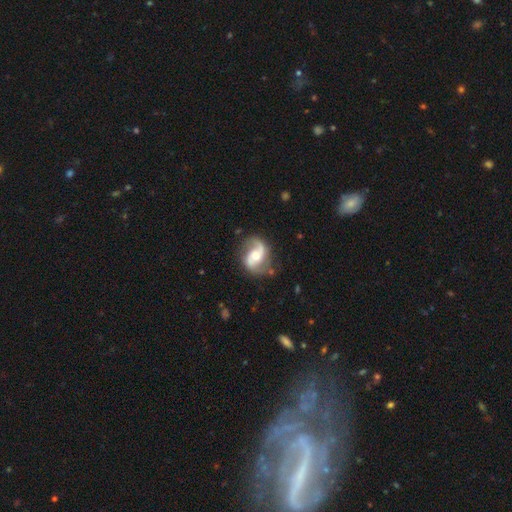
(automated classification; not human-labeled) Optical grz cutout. It shows a featured or disk galaxy (85%) with no bar (44%), 2 (87%) loose (48%) spiral arms (95%) and a moderate central bulge (67%). Merging: none (72%).